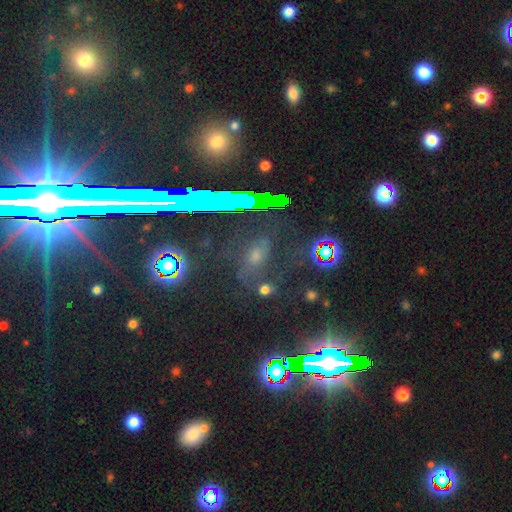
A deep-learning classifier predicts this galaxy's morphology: star or artifact 45%, smooth 30%, featured or disk 25%.